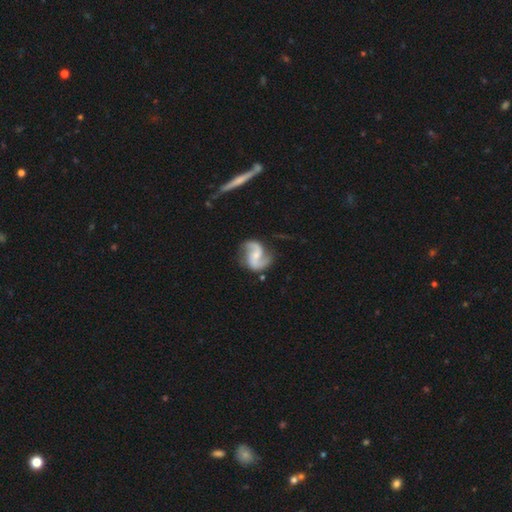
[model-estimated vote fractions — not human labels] Smooth or featured? Predicted: featured or disk (p=0.88). Edge-on disk? Predicted: no (p=0.98). Bar? Predicted: no (p=0.43). Spiral arms? Predicted: yes (p=0.97). Spiral winding? Predicted: medium (p=0.45). Spiral arm count? Predicted: 2 (p=0.93). Bulge size? Predicted: small (p=0.49). Merging? Predicted: none (p=0.75).